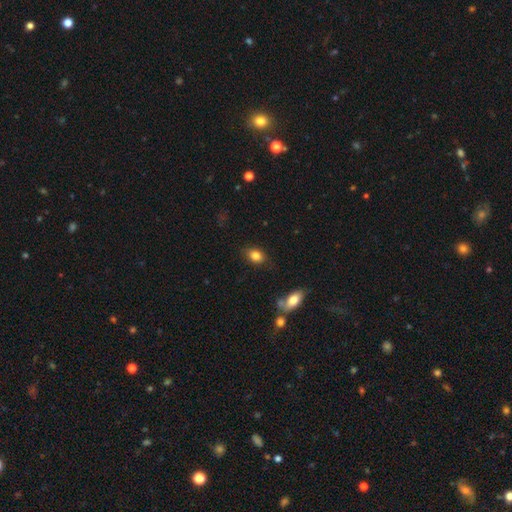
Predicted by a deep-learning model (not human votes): This is clearly a smooth galaxy (84%). How rounded: likely in between (73%). Merging: likely none (80%).